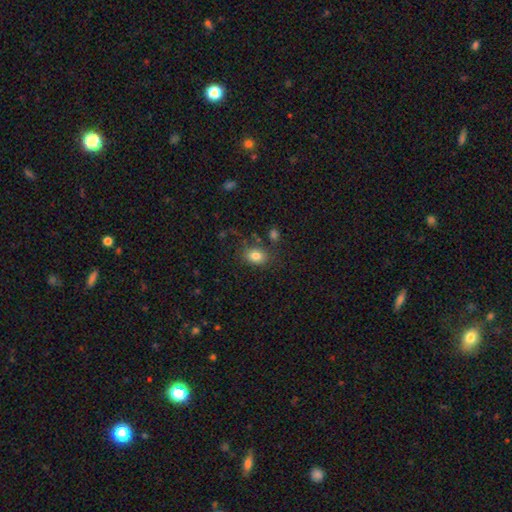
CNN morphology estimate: Q: Smooth or featured?
A: smooth (82%); runner-up: star or artifact (11%)
Q: How rounded?
A: in between (65%); runner-up: round (34%)
Q: Merging?
A: none (76%); runner-up: minor disturbance (14%)